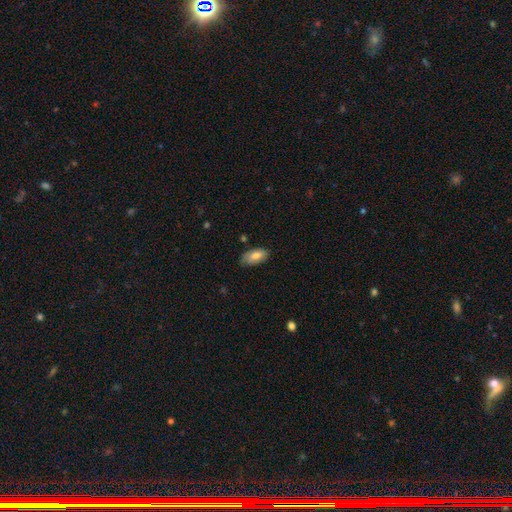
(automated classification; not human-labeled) This appears to be a smooth galaxy with no disk features (75%) that is in between round and cigar-shaped (92%). Merging: none (73%).